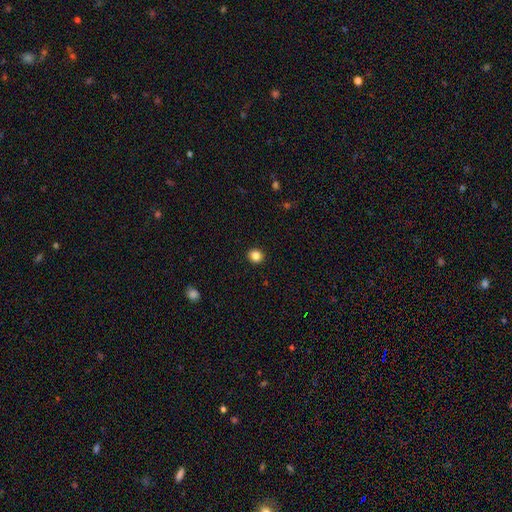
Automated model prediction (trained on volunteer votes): smooth 85%, star or artifact 11%, featured or disk 4%. Down the decision tree: how rounded — round (85%); merging — none (93%).